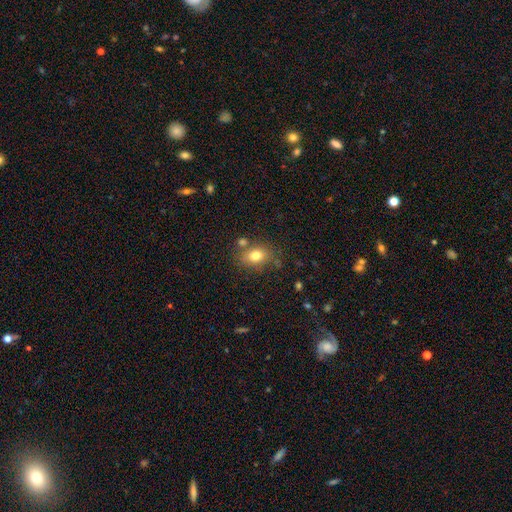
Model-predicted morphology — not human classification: smooth-or-featured: smooth: 77% | featured or disk: 12% | star or artifact: 11%
  how-rounded: in between: 70% | round: 28% | cigar-shaped: 1%
  merging: none: 69% | minor disturbance: 14% | merger: 12% | major disturbance: 5%